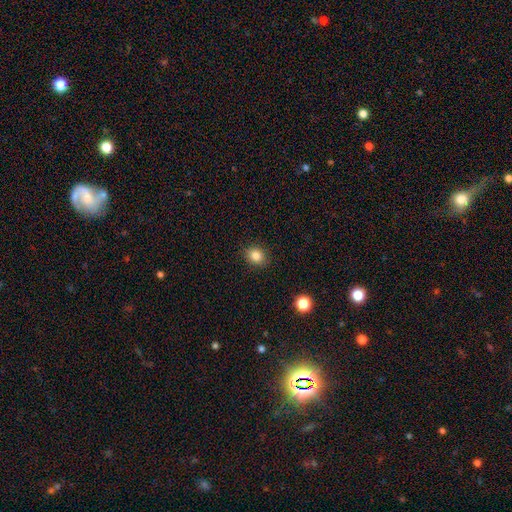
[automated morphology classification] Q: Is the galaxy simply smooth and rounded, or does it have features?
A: smooth — 84%.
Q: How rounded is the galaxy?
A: round — 62%.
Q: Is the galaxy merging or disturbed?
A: none — 89%.